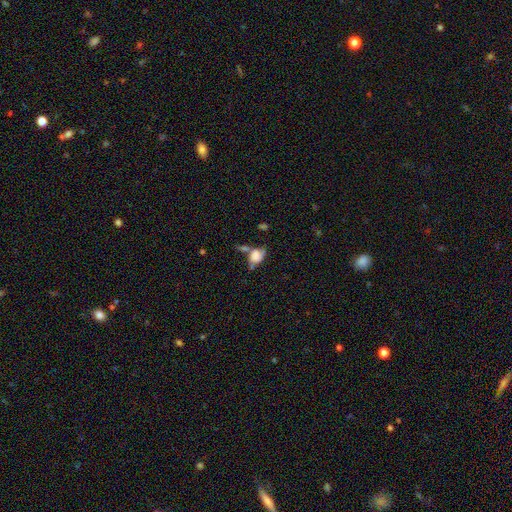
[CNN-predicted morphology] Overall: smooth (62%; featured or disk 26%). How rounded: in between (73%). Merging: merger (34%; none 26%).